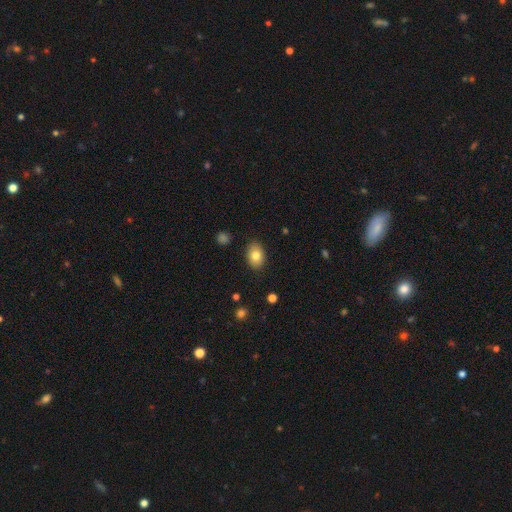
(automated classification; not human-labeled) Overall: smooth (81%). How rounded: in between (76%). Merging: none (87%).